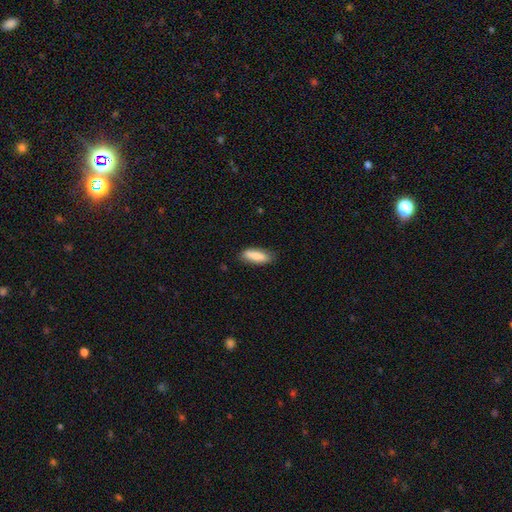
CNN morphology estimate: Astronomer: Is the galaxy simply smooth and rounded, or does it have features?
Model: smooth — 83%.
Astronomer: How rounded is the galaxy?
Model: in between — 61% (runner-up: cigar-shaped, 37%).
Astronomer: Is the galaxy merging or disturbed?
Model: none — 80%.